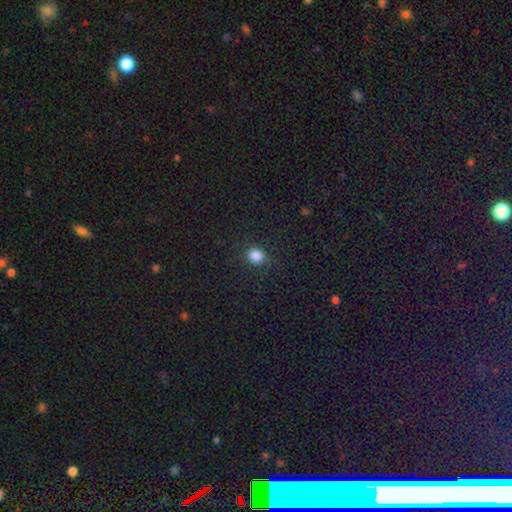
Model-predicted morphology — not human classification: A smooth galaxy with no disk features (84%) that is round (81%). Merging: none (87%).